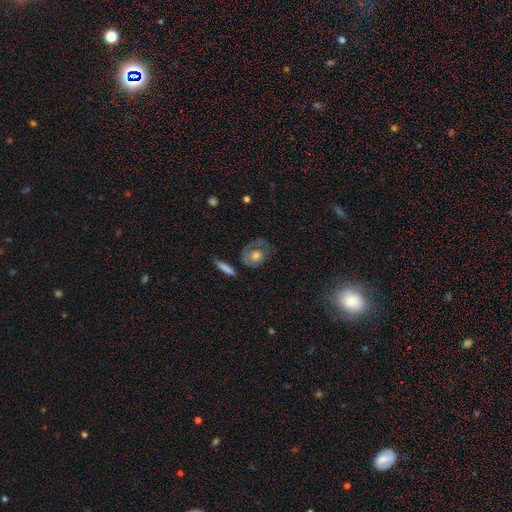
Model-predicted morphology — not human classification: Overall: featured or disk (48%; smooth 45%). Merging: none (50%; major disturbance 25%).